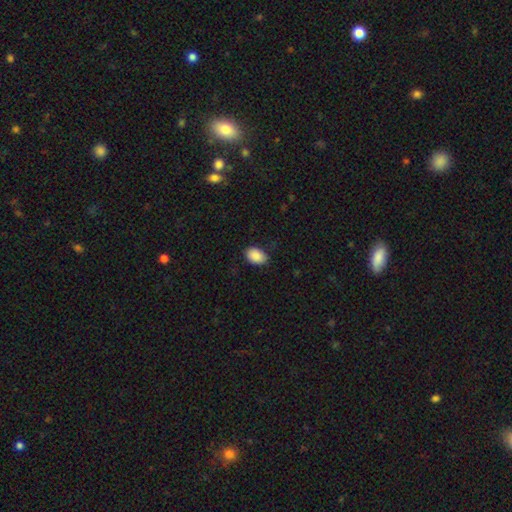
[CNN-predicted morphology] smooth 90%, star or artifact 7%, featured or disk 3%. Down the decision tree: how rounded — in between (85%); merging — none (81%).